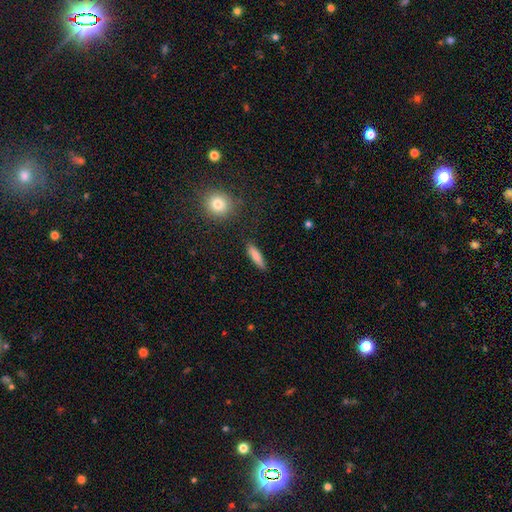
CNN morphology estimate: smooth-or-featured: smooth: 80% | featured or disk: 12% | star or artifact: 7%
  how-rounded: cigar-shaped: 69% | in between: 29% | round: 3%
  merging: none: 85% | minor disturbance: 11% | major disturbance: 3% | merger: 2%